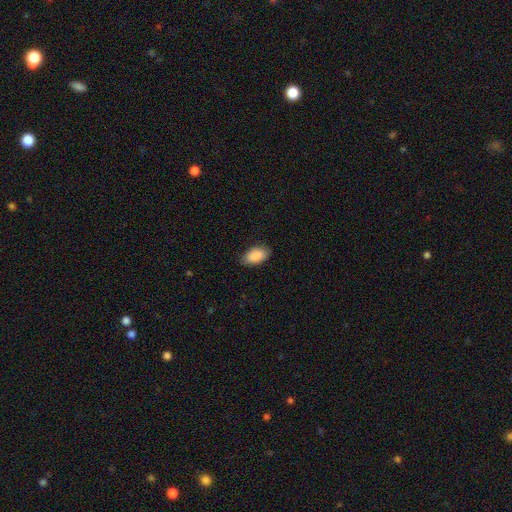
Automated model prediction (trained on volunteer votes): Smooth or featured? smooth (90%)
How rounded? in between (94%)
Merging? none (83%)